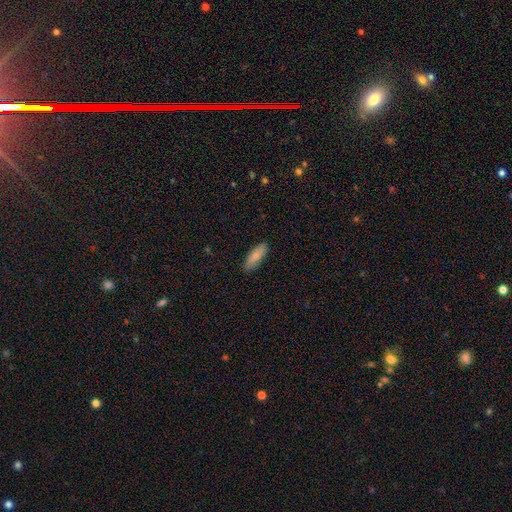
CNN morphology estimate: smooth-or-featured: smooth: 84% | featured or disk: 10% | star or artifact: 6%
  how-rounded: in between: 62% | cigar-shaped: 36% | round: 2%
  merging: none: 85% | minor disturbance: 12% | major disturbance: 2% | merger: 1%